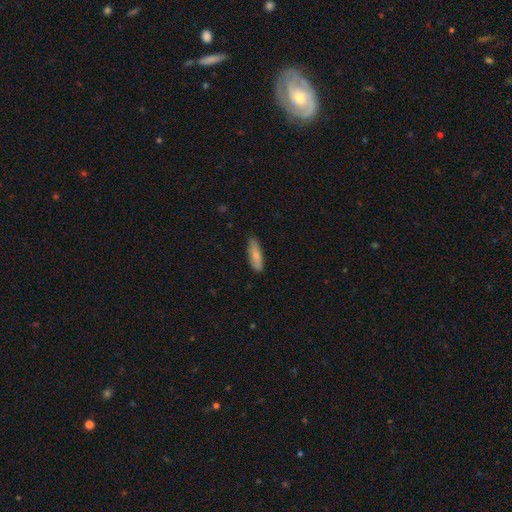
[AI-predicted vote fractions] Smooth or featured? smooth (82%)
How rounded? in between (55%)
Merging? none (85%)